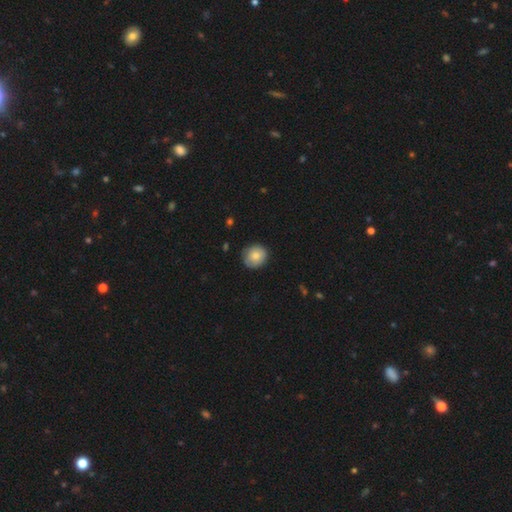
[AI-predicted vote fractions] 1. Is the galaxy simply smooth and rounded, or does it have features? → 77% smooth, 16% featured or disk, 7% star or artifact.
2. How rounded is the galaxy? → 85% round, 14% in between, 1% cigar-shaped.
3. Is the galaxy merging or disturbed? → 81% none, 15% minor disturbance, 3% major disturbance, 1% merger.